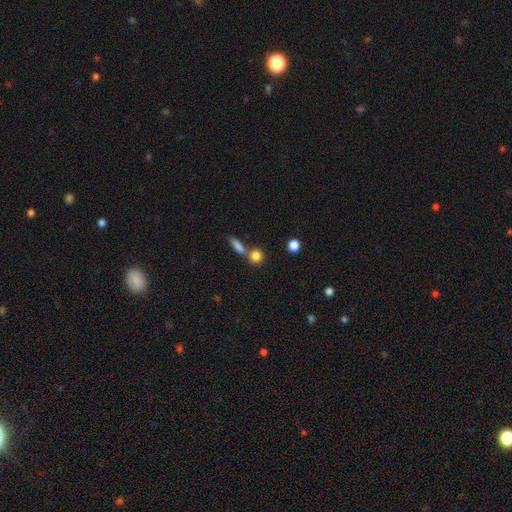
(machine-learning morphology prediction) Smooth or featured? Predicted: smooth (p=0.83). How rounded? Predicted: round (p=0.77). Merging? Predicted: none (p=0.58).